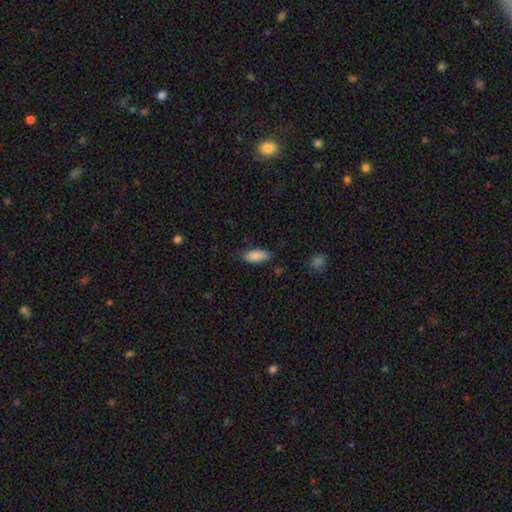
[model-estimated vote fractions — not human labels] A smooth galaxy with no disk features (88%) that is in between round and cigar-shaped (83%).

Vote fractions:
- Smooth or featured? smooth: 88% / star or artifact: 7% / featured or disk: 6%
- How rounded? in between: 83% / cigar-shaped: 15% / round: 2%
- Merging? none: 79% / minor disturbance: 16% / major disturbance: 3% / merger: 2%